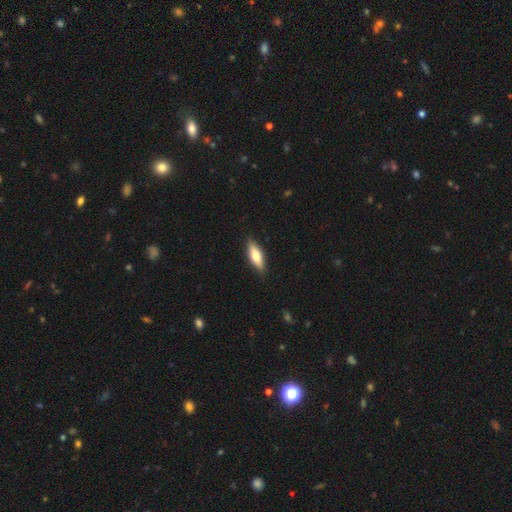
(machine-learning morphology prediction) Smooth or featured?
  - smooth: 66% *
  - featured or disk: 29%
  - star or artifact: 6%
How rounded?
  - in between: 53% *
  - cigar-shaped: 45%
  - round: 2%
Merging?
  - none: 87% *
  - minor disturbance: 10%
  - major disturbance: 2%
  - merger: 1%